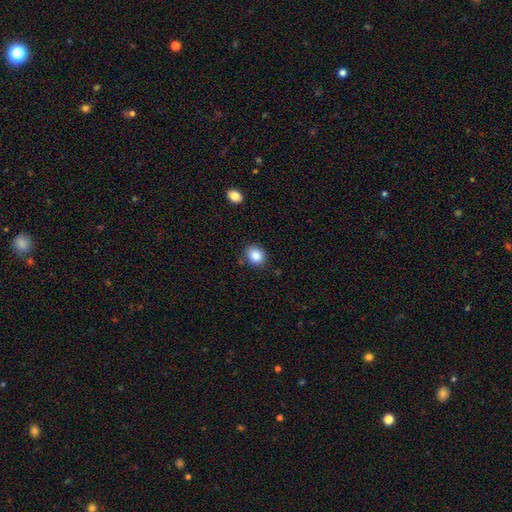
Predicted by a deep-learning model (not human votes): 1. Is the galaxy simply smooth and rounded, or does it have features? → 87% smooth, 9% star or artifact, 5% featured or disk.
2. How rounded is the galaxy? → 60% round, 39% in between, 1% cigar-shaped.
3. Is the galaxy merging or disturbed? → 82% none, 12% minor disturbance, 3% major disturbance, 3% merger.